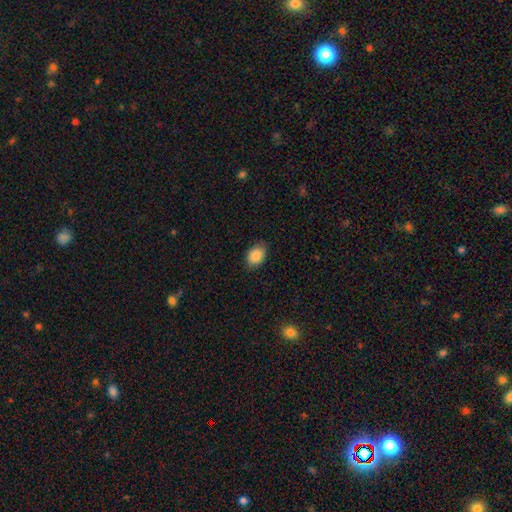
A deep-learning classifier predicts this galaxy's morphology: smooth-or-featured: smooth: 87% | star or artifact: 8% | featured or disk: 5%
  how-rounded: in between: 74% | round: 26% | cigar-shaped: 1%
  merging: none: 83% | minor disturbance: 14% | major disturbance: 3% | merger: 1%